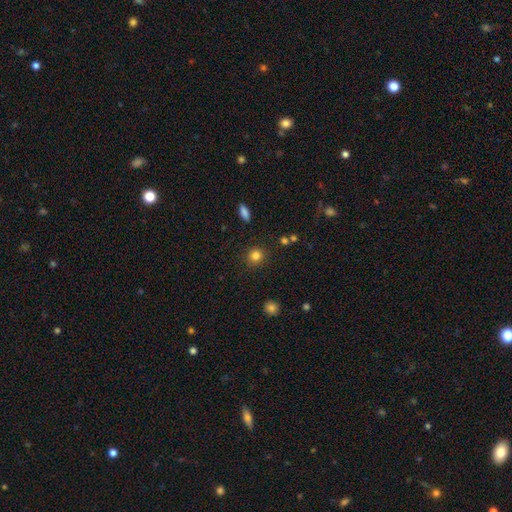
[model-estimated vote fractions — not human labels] smooth-or-featured: smooth: 83% | star or artifact: 12% | featured or disk: 5%
  how-rounded: round: 90% | in between: 9% | cigar-shaped: 1%
  merging: none: 88% | minor disturbance: 7% | major disturbance: 3% | merger: 2%